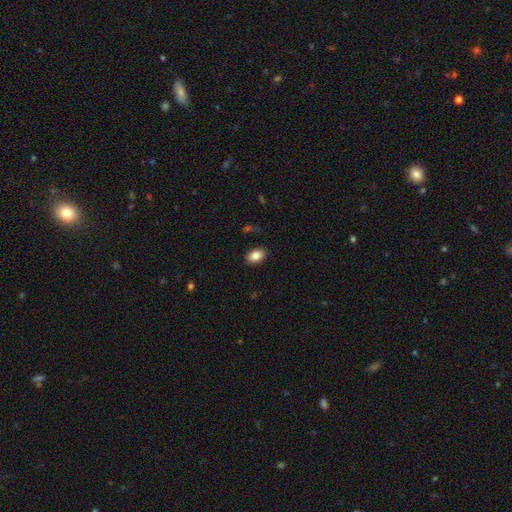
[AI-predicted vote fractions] smooth 85%, star or artifact 8%, featured or disk 7%. Down the decision tree: how rounded — in between (85%); merging — none (87%).